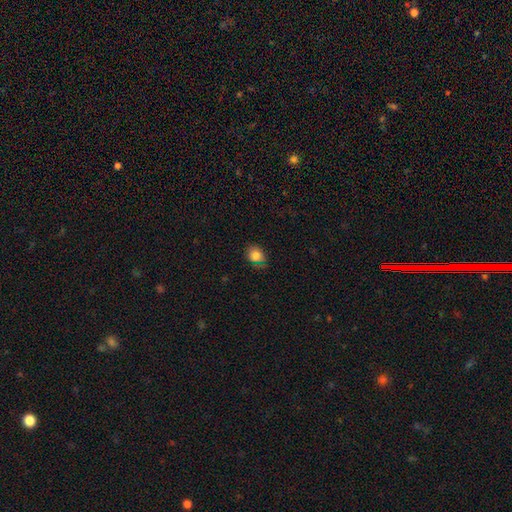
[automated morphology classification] smooth 79%, star or artifact 13%, featured or disk 8%. Down the decision tree: how rounded — round (54%); merging — none (74%).